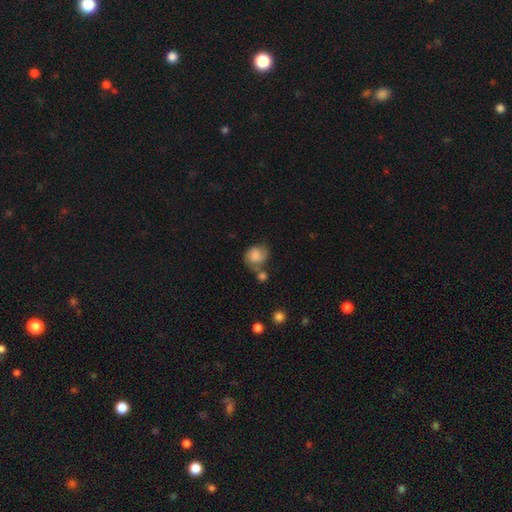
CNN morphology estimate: The model was most divided on "merging": none: 41%, minor disturbance: 26%, merger: 20%, major disturbance: 13%. More confident: how rounded — round (65%); smooth or featured — smooth (65%).